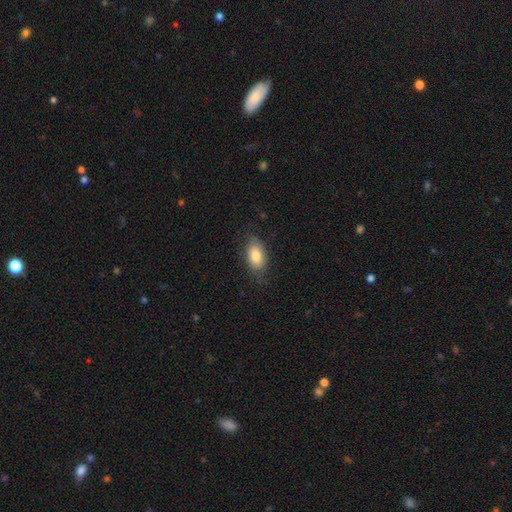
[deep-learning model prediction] smooth 81%, featured or disk 12%, star or artifact 7%. Down the decision tree: how rounded — in between (90%); merging — none (77%).